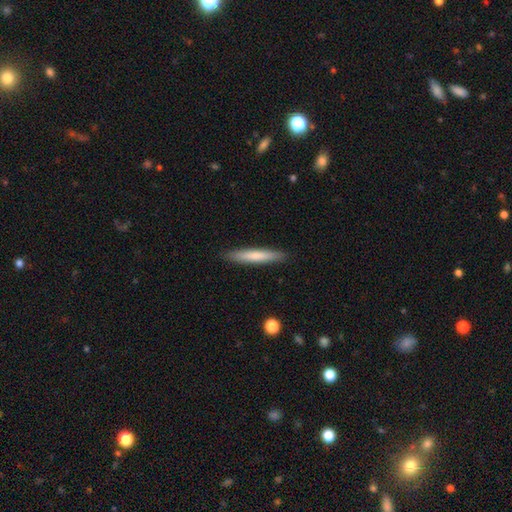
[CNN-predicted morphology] smooth 73%, featured or disk 22%, star or artifact 5%. Down the decision tree: how rounded — cigar-shaped (94%); merging — none (91%).